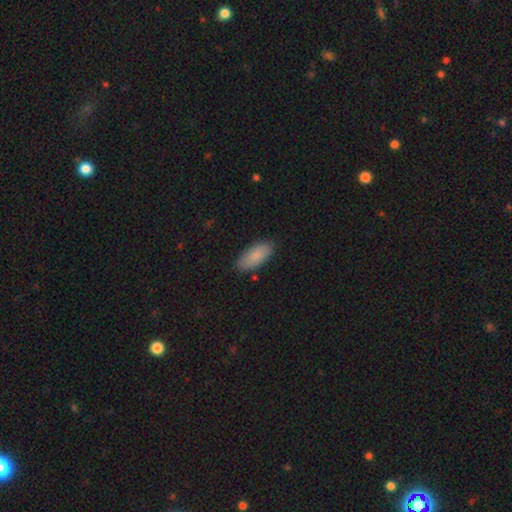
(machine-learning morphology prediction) Smooth or featured? Predicted: smooth (p=0.85). How rounded? Predicted: in between (p=0.88). Merging? Predicted: none (p=0.85).